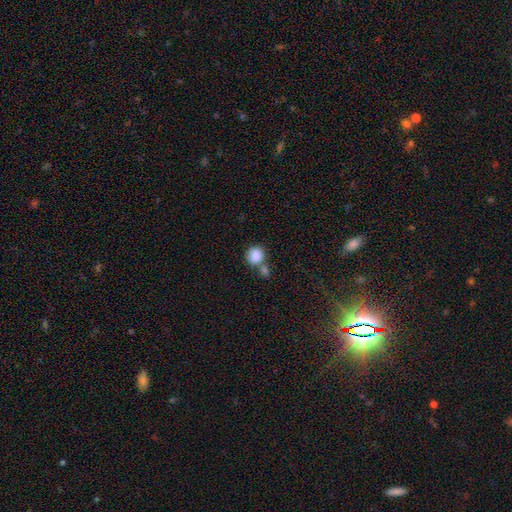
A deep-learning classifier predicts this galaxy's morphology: Q: Smooth or featured?
A: smooth (87%); runner-up: star or artifact (9%)
Q: How rounded?
A: round (85%); runner-up: in between (14%)
Q: Merging?
A: none (50%); runner-up: merger (35%)